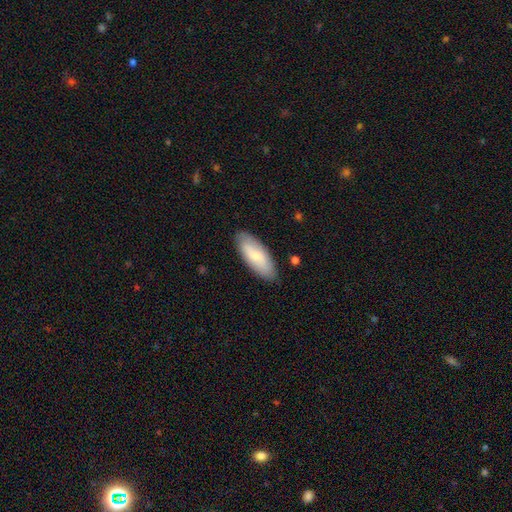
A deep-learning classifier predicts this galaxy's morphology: The model was most divided on "smooth or featured": smooth: 73%, featured or disk: 22%, star or artifact: 6%. More confident: merging — none (85%); how rounded — in between (76%).